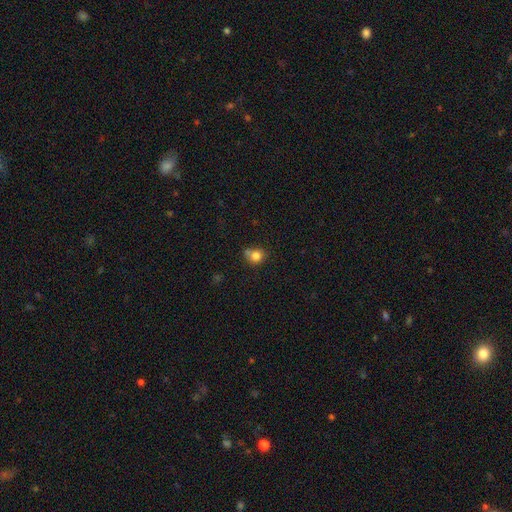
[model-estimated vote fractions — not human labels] This is clearly a smooth galaxy (81%). How rounded: likely round (79%). Merging: possibly none (54%).